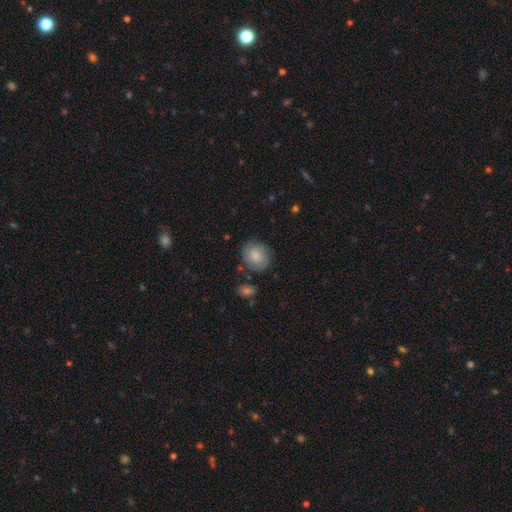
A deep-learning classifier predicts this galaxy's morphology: type=smooth (65%); roundness=round (79%); merging=none (77%).